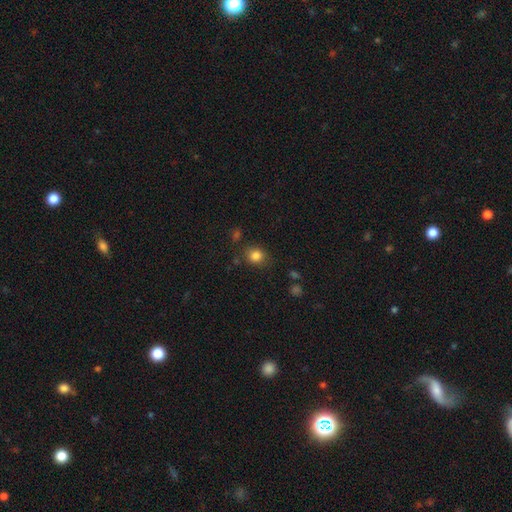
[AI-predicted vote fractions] Smooth or featured?
  - smooth: 83% *
  - star or artifact: 12%
  - featured or disk: 6%
How rounded?
  - round: 73% *
  - in between: 26%
  - cigar-shaped: 1%
Merging?
  - none: 79% *
  - minor disturbance: 13%
  - major disturbance: 4%
  - merger: 3%